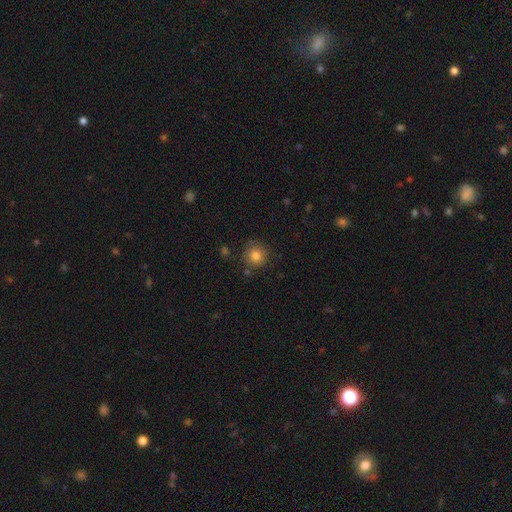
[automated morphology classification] A smooth galaxy with no disk features (82%) that is round (93%). Merging: none (82%).